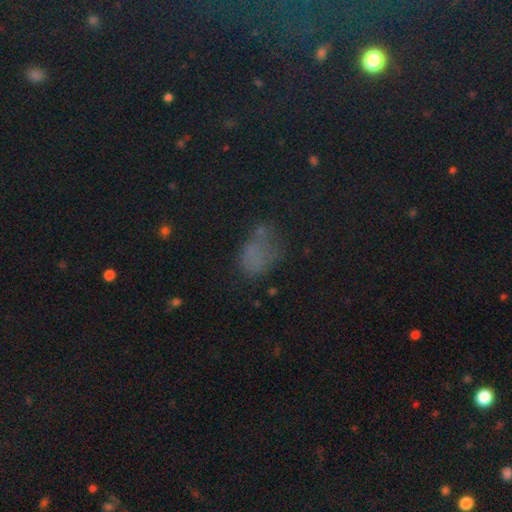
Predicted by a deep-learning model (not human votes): This is possibly a smooth galaxy (57%). How rounded: likely in between (78%). Merging: marginally none (40%).